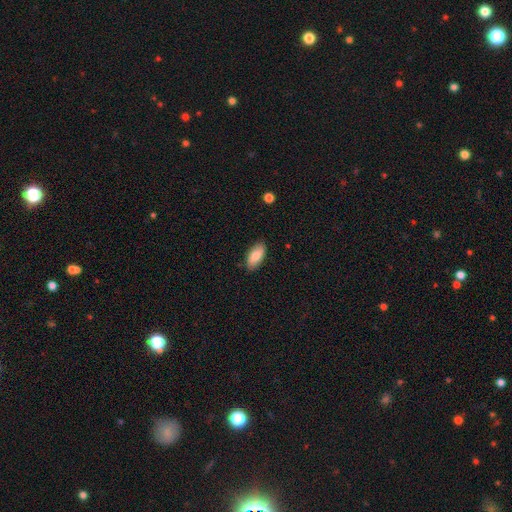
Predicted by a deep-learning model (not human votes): Smooth or featured? smooth (82%)
How rounded? in between (91%)
Merging? none (85%)